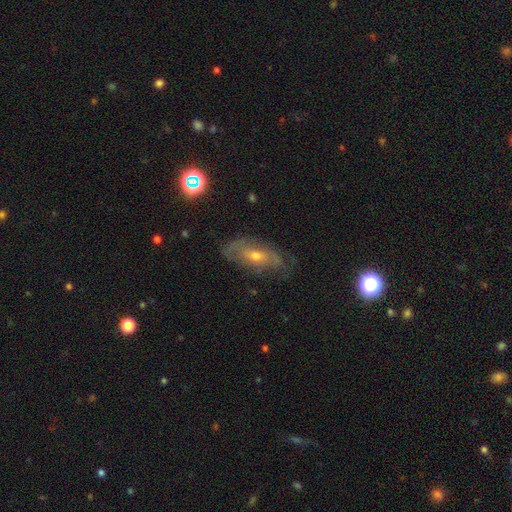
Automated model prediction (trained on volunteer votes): smooth-or-featured: featured or disk: 63% | smooth: 25% | star or artifact: 12%
  disk-edge-on: no: 82% | yes: 18%
    bar: no: 63% | weak: 29% | strong: 8%
    has-spiral-arms: yes: 71% | no: 29%
    bulge-size: small: 50% | moderate: 45% | large: 2% | none: 2% | dominant: 1%
  merging: none: 73% | minor disturbance: 19% | major disturbance: 6% | merger: 2%